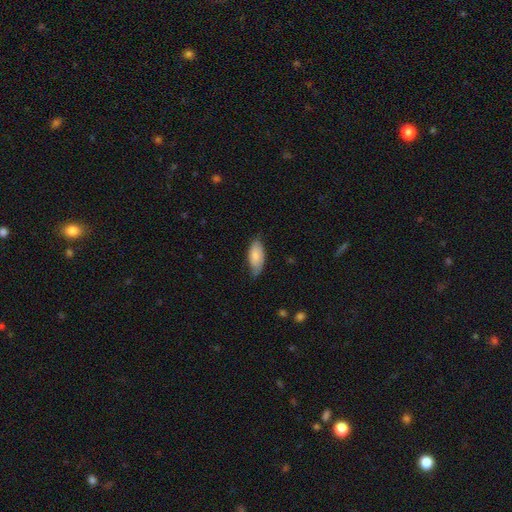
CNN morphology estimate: A smooth galaxy with no disk features (79%) that is in between round and cigar-shaped (90%).

Vote fractions:
- Smooth or featured? smooth: 79% / featured or disk: 15% / star or artifact: 6%
- How rounded? in between: 90% / cigar-shaped: 8% / round: 2%
- Merging? none: 63% / minor disturbance: 31% / major disturbance: 5% / merger: 1%